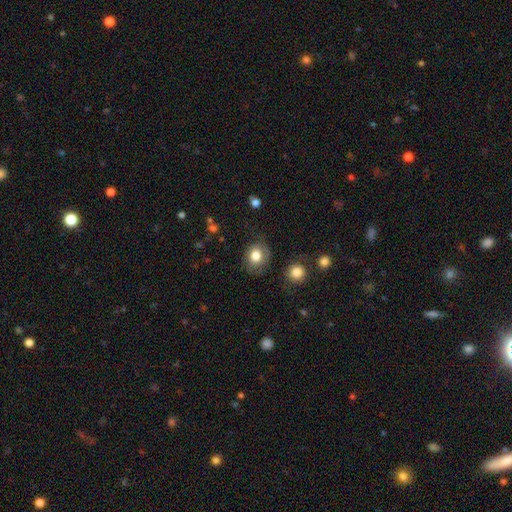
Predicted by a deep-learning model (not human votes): Smooth or featured? smooth (79%)
How rounded? round (65%)
Merging? none (75%)